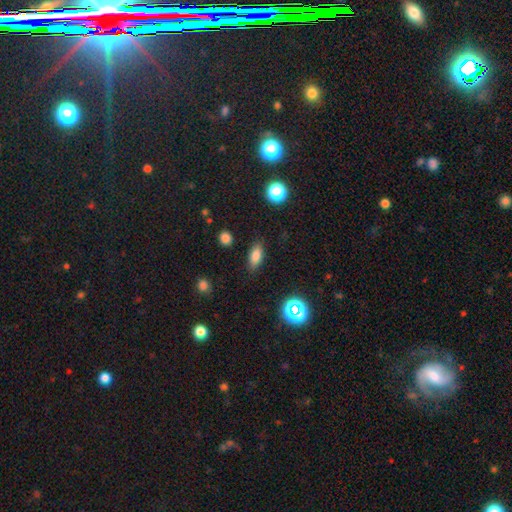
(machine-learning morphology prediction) smooth-or-featured: smooth: 79% | star or artifact: 12% | featured or disk: 9%
  how-rounded: in between: 78% | cigar-shaped: 16% | round: 6%
  merging: none: 85% | minor disturbance: 10% | major disturbance: 3% | merger: 2%